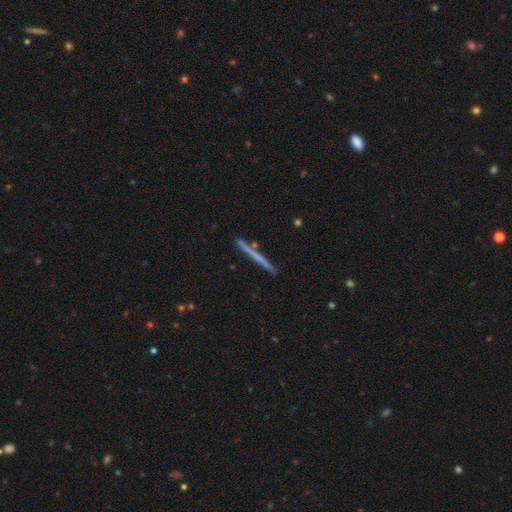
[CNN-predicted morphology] Smooth or featured?
  - featured or disk: 50% *
  - smooth: 44%
  - star or artifact: 6%
Edge-on disk?
  - yes: 97% *
  - no: 3%
Merging?
  - none: 87% *
  - minor disturbance: 8%
  - merger: 3%
  - major disturbance: 2%